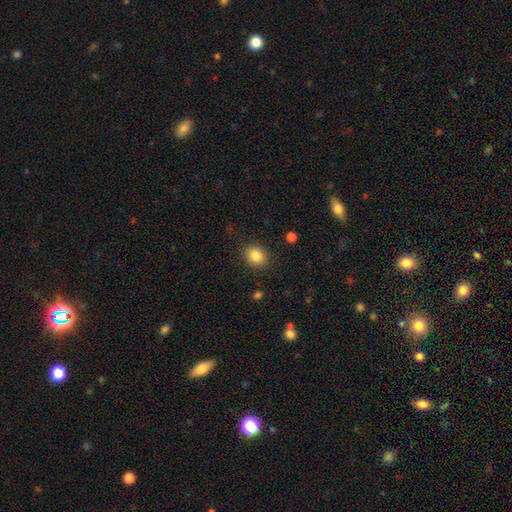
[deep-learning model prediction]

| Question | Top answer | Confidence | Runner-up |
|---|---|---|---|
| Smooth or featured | smooth | 85% | star or artifact (10%) |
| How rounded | round | 67% | in between (32%) |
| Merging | none | 88% | minor disturbance (8%) |